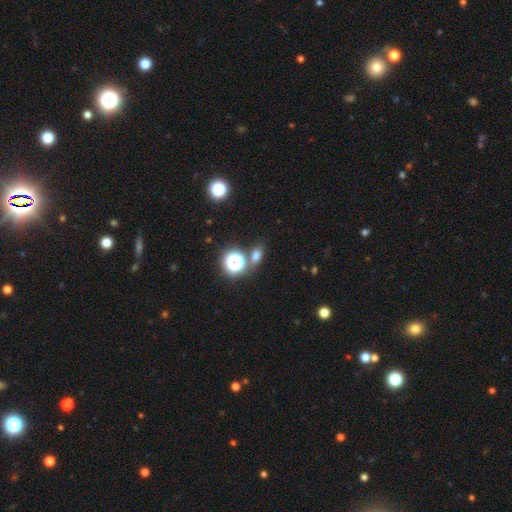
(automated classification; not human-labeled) This appears to be a smooth galaxy with no disk features (65%) that is in between round and cigar-shaped (63%). Merging: none (73%).